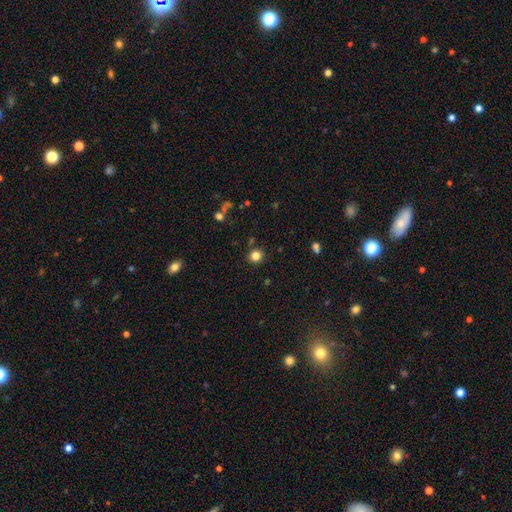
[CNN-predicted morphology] smooth 82%, star or artifact 13%, featured or disk 5%. Down the decision tree: how rounded — round (93%); merging — none (90%).